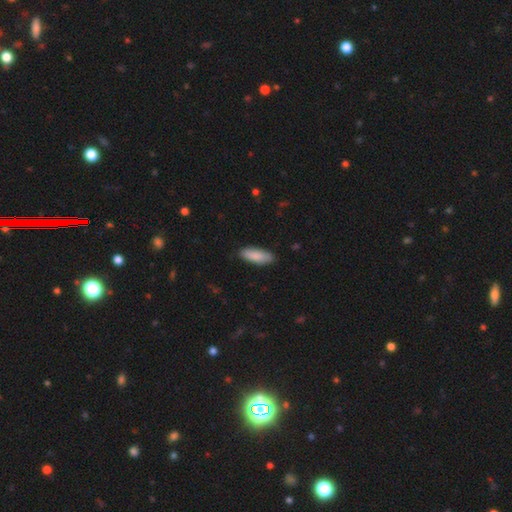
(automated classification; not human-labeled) Smooth or featured? smooth (88%)
How rounded? in between (66%)
Merging? none (87%)